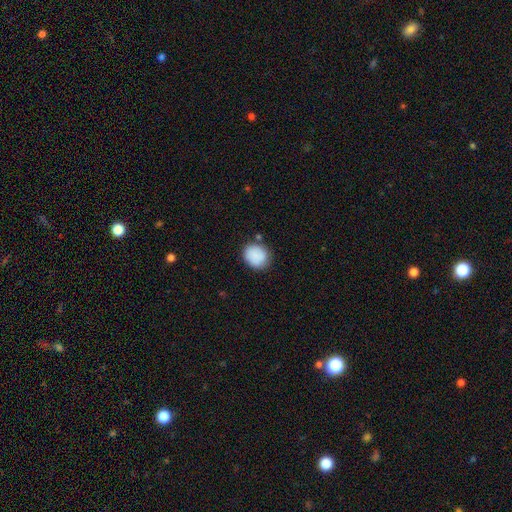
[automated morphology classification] This appears to be a smooth galaxy with no disk features (87%) that is round (72%). Merging: none (76%).